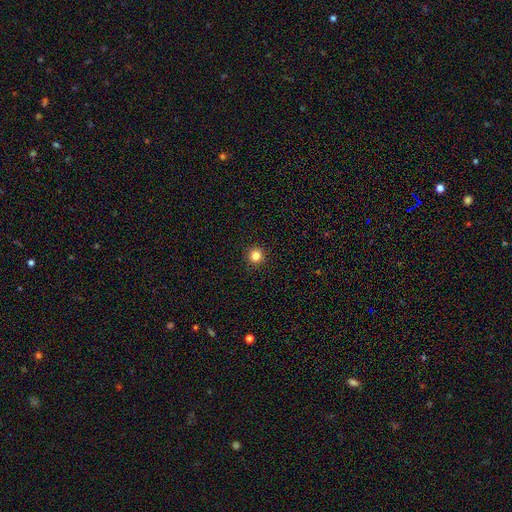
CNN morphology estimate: Smooth or featured? smooth (83%)
How rounded? round (96%)
Merging? none (93%)